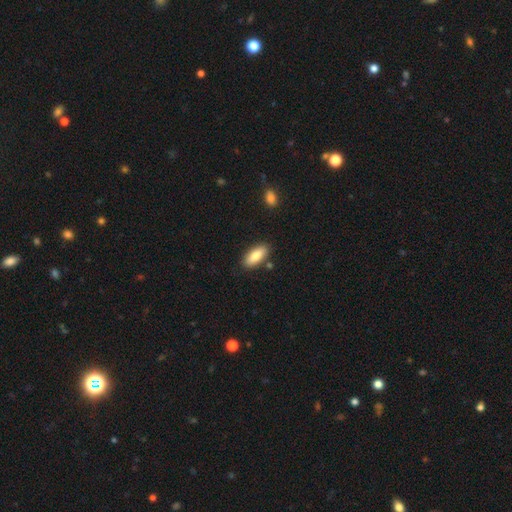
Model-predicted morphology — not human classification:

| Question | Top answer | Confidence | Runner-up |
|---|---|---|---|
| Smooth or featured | smooth | 81% | featured or disk (13%) |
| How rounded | in between | 81% | cigar-shaped (17%) |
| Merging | none | 84% | minor disturbance (10%) |